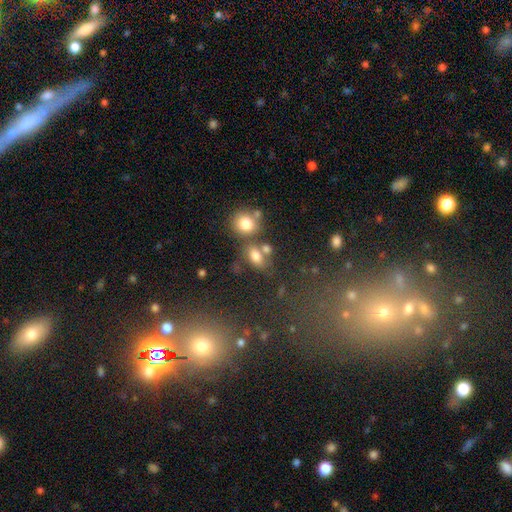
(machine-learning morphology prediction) This is likely a smooth galaxy (76%). How rounded: likely in between (76%). Merging: possibly none (49%).